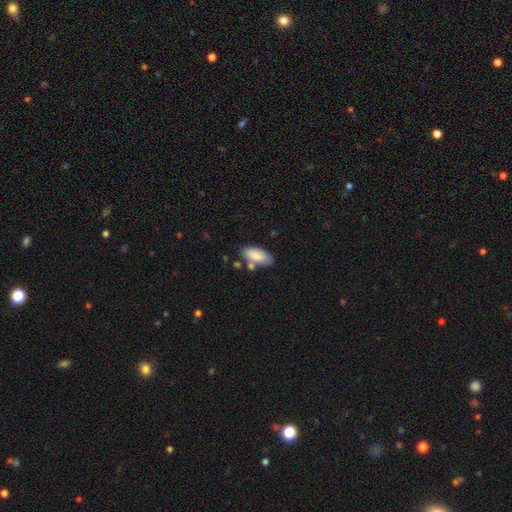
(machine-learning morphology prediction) A smooth galaxy with no disk features (84%) that is in between round and cigar-shaped (88%).

Vote fractions:
- Smooth or featured? smooth: 84% / featured or disk: 9% / star or artifact: 6%
- How rounded? in between: 88% / cigar-shaped: 10% / round: 2%
- Merging? none: 64% / minor disturbance: 17% / merger: 15% / major disturbance: 4%